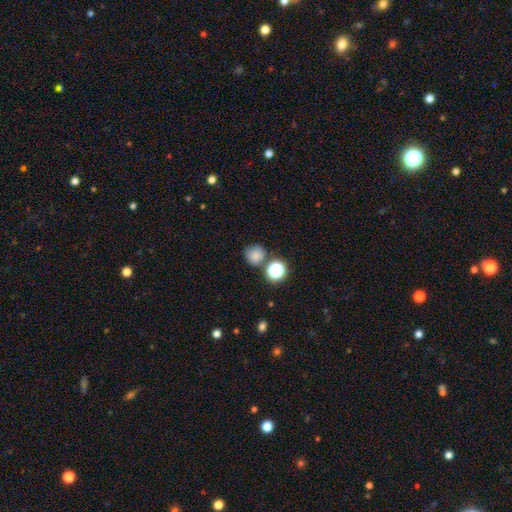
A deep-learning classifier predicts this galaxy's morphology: type=smooth (79%); roundness=round (90%); merging=none (73%).